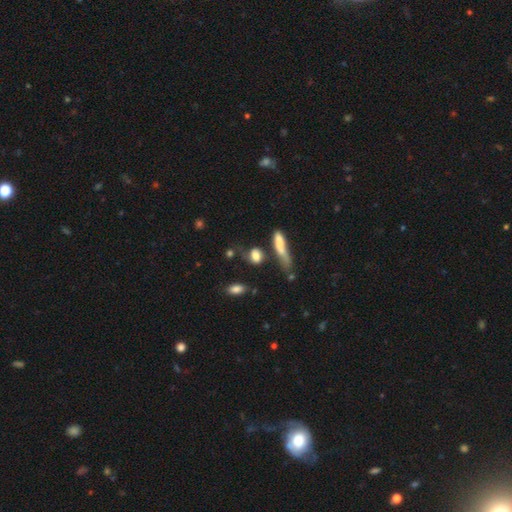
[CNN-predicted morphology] A smooth galaxy with no disk features (74%) that is in between round and cigar-shaped (52%).

Vote fractions:
- Smooth or featured? smooth: 74% / featured or disk: 15% / star or artifact: 10%
- How rounded? in between: 52% / round: 27% / cigar-shaped: 21%
- Merging? none: 42% / minor disturbance: 23% / major disturbance: 19% / merger: 16%